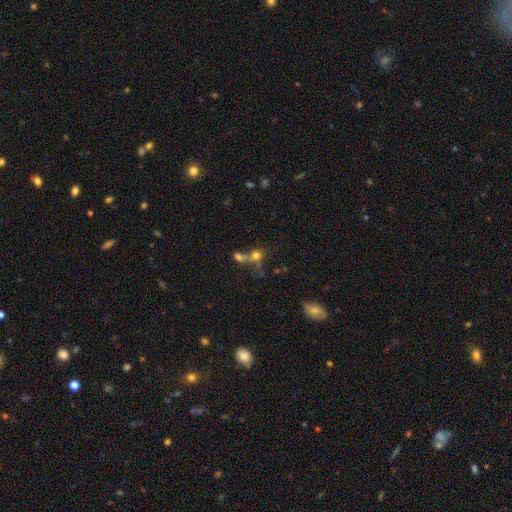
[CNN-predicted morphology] This is likely a smooth galaxy (64%). How rounded: likely round (73%). Merging: possibly merger (55%).